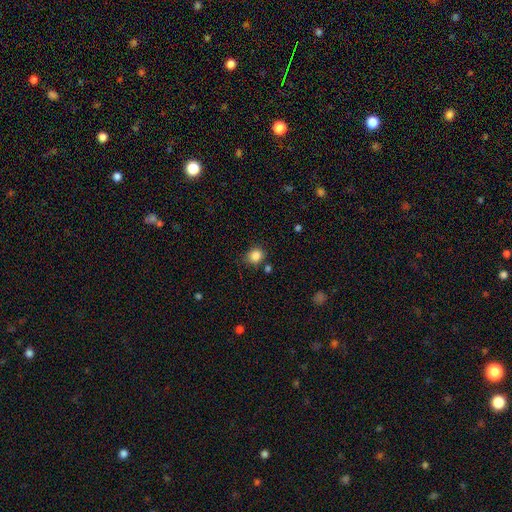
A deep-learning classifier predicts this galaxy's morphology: Smooth or featured?
  - smooth: 85% *
  - star or artifact: 10%
  - featured or disk: 5%
How rounded?
  - round: 68% *
  - in between: 31%
  - cigar-shaped: 1%
Merging?
  - none: 76% *
  - minor disturbance: 15%
  - merger: 5%
  - major disturbance: 4%